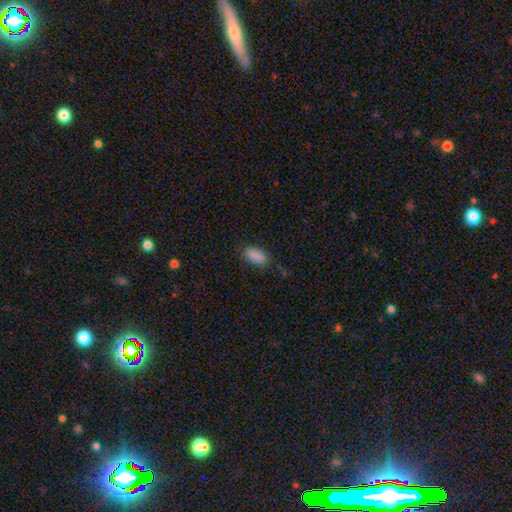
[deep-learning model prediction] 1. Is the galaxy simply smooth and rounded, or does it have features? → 88% smooth, 9% star or artifact, 3% featured or disk.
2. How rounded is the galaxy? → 88% in between, 9% cigar-shaped, 3% round.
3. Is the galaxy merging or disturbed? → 81% none, 14% minor disturbance, 4% major disturbance, 1% merger.